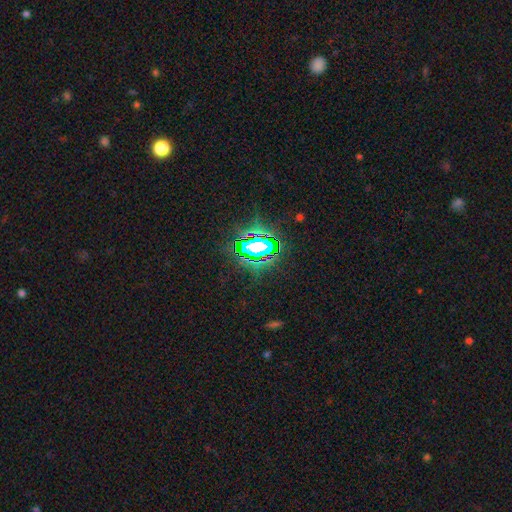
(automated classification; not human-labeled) smooth_or_featured: star or artifact (p=0.74) [alt: smooth p=0.14]